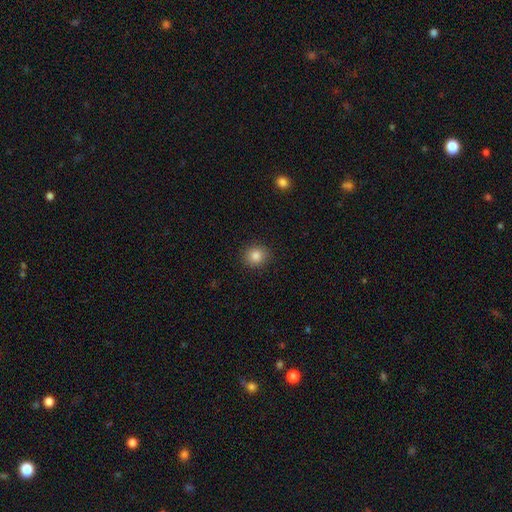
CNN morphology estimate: Smooth or featured: smooth — 85% (star or artifact — 10%)
How rounded: round — 82% (in between — 17%)
Merging: none — 90% (minor disturbance — 7%)